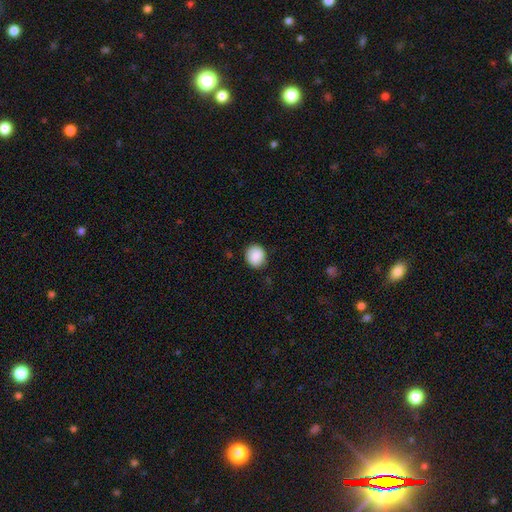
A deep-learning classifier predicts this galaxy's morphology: smooth_or_featured: smooth (p=0.89) [alt: star or artifact p=0.08]
how_rounded: round (p=0.82) [alt: in between p=0.17]
merging: none (p=0.87) [alt: minor disturbance p=0.09]